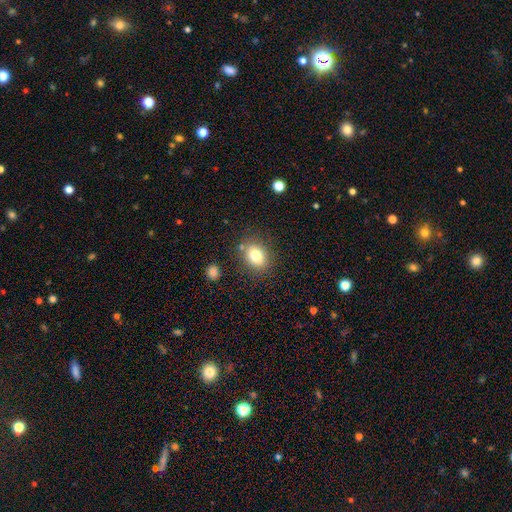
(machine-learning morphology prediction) smooth_or_featured: smooth (p=0.80) [alt: featured or disk p=0.10]
how_rounded: in between (p=0.63) [alt: round p=0.36]
merging: none (p=0.79) [alt: minor disturbance p=0.12]